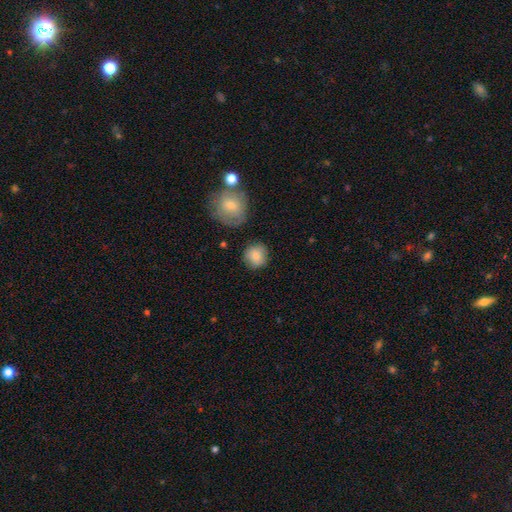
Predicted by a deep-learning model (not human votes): Smooth or featured: smooth — 84% (star or artifact — 8%)
How rounded: round — 90% (in between — 9%)
Merging: none — 84% (minor disturbance — 10%)